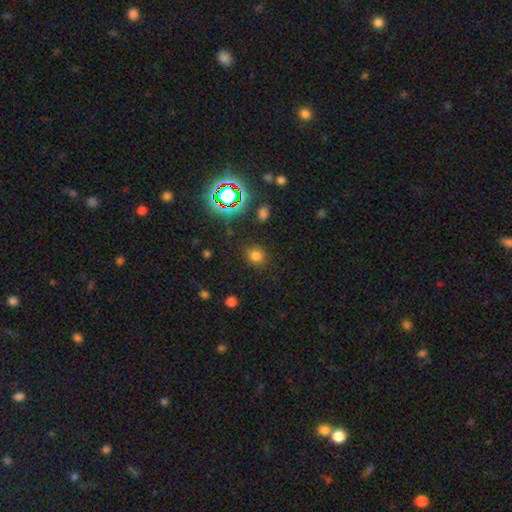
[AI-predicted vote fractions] Smooth or featured: smooth — 74% (star or artifact — 21%)
How rounded: round — 84% (in between — 15%)
Merging: none — 86% (minor disturbance — 9%)